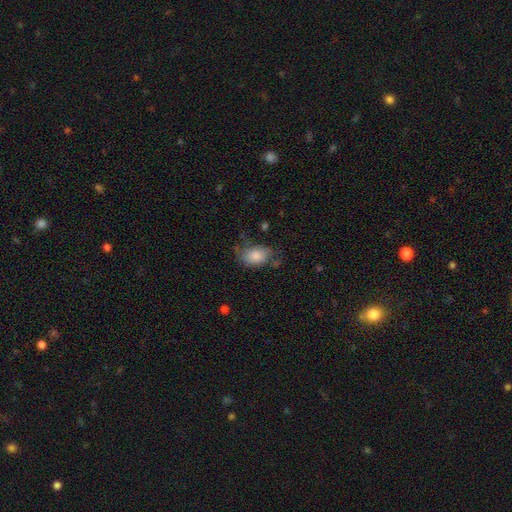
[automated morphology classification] smooth 80%, featured or disk 13%, star or artifact 7%. Down the decision tree: how rounded — in between (88%); merging — none (54%).